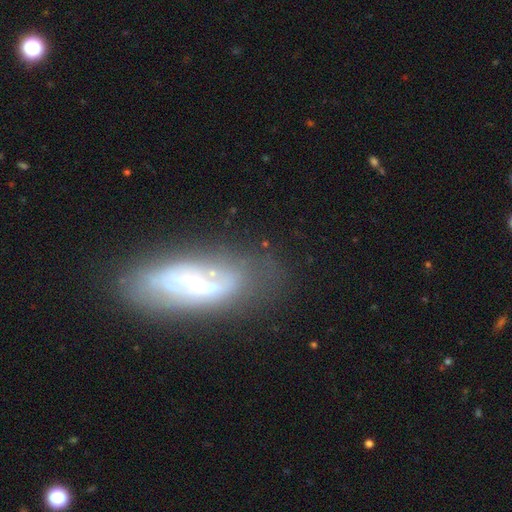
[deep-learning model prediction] This appears to be a featured or disk galaxy (72%) with a weak bar (38%), spiral arms (64%) and a small central bulge (51%). Merging: none (75%).